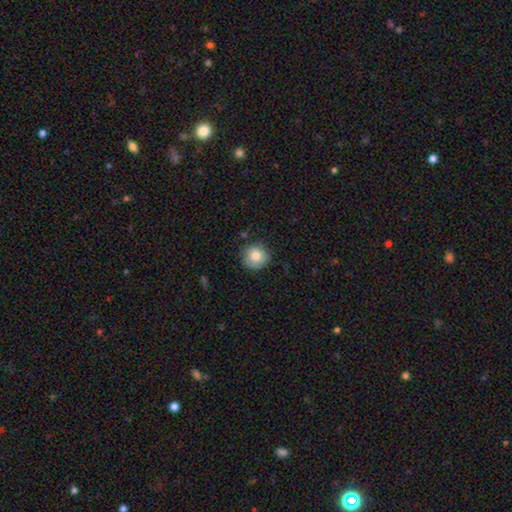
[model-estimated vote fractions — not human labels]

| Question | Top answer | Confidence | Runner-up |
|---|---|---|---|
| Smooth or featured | smooth | 82% | featured or disk (10%) |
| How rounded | round | 90% | in between (9%) |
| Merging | none | 78% | minor disturbance (17%) |